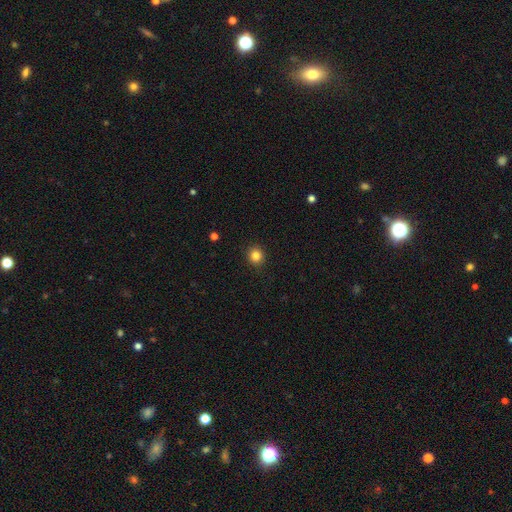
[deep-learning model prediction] Smooth or featured? smooth (84%)
How rounded? round (87%)
Merging? none (92%)